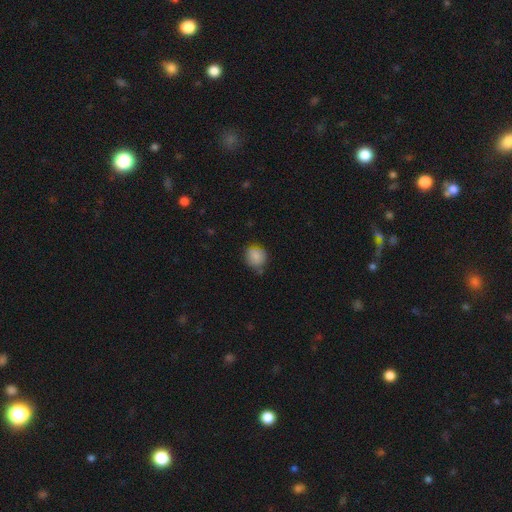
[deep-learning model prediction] The model was most divided on "merging": none: 68%, minor disturbance: 23%, major disturbance: 5%, merger: 4%. More confident: smooth or featured — smooth (83%); how rounded — round (83%).